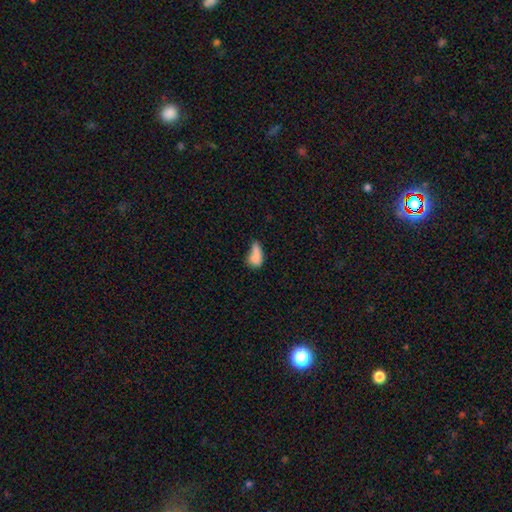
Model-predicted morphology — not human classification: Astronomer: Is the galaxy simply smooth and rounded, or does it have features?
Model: smooth — 77%.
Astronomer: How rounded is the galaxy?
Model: in between — 80%.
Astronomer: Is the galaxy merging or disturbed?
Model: none — 32% (runner-up: minor disturbance, 31%).